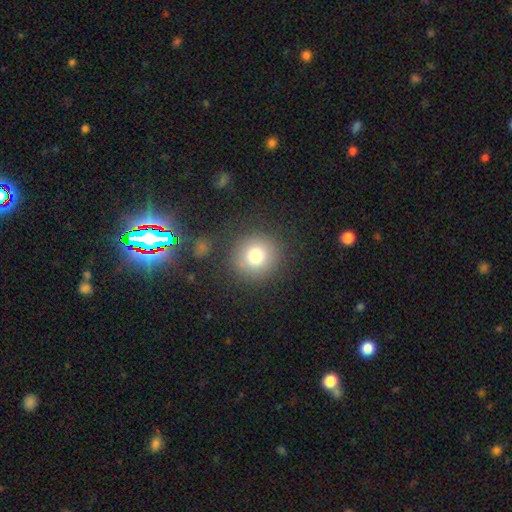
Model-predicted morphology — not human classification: The model was most divided on "smooth or featured": smooth: 78%, star or artifact: 12%, featured or disk: 10%. More confident: how rounded — round (92%); merging — none (82%).